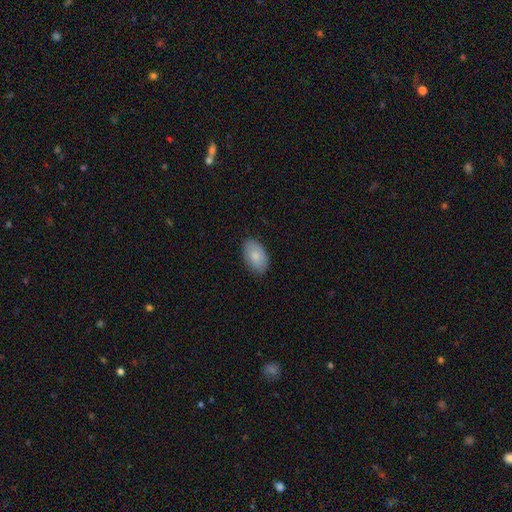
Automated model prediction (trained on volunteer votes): The model was most divided on "smooth or featured": smooth: 80%, featured or disk: 14%, star or artifact: 6%. More confident: how rounded — in between (94%); merging — none (84%).